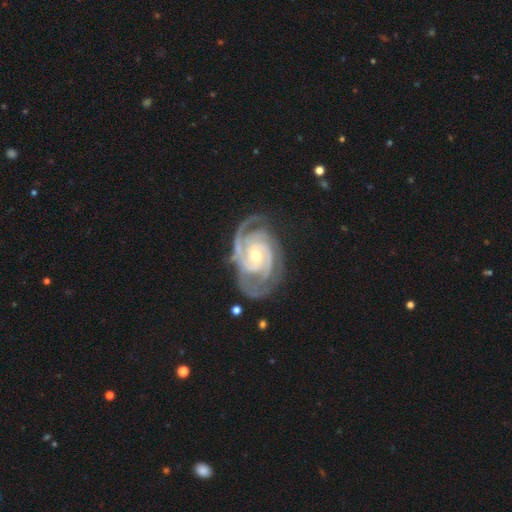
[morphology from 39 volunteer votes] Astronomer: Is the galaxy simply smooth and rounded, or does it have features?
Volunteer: featured or disk — 92%.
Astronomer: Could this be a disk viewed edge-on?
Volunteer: no — 97%.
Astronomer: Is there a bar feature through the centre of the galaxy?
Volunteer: no — 51% (runner-up: weak, 31%).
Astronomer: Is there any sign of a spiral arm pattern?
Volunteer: yes — 100%.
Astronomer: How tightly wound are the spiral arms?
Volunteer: tight — 54% (runner-up: medium, 46%).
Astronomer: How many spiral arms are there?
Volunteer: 2 — 60%.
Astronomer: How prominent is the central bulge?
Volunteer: moderate — 69%.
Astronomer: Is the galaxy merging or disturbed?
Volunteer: none — 51% (runner-up: minor disturbance, 27%).